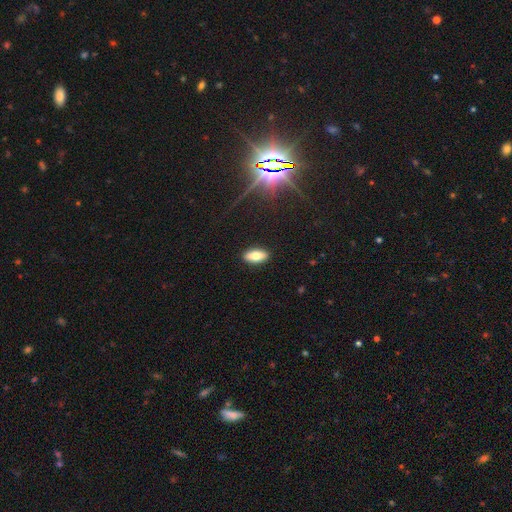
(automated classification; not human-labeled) Morphology: type=smooth (76%); roundness=in between (86%); merging=none (89%).